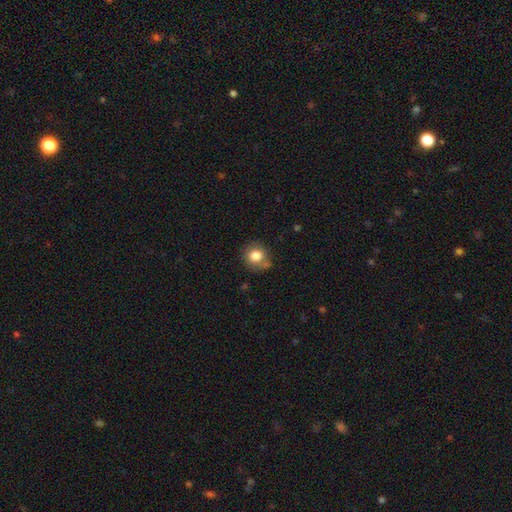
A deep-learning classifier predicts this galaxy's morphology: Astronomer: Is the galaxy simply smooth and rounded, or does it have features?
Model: smooth — 81%.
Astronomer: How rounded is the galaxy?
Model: round — 83%.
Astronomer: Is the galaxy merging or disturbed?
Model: none — 70%.